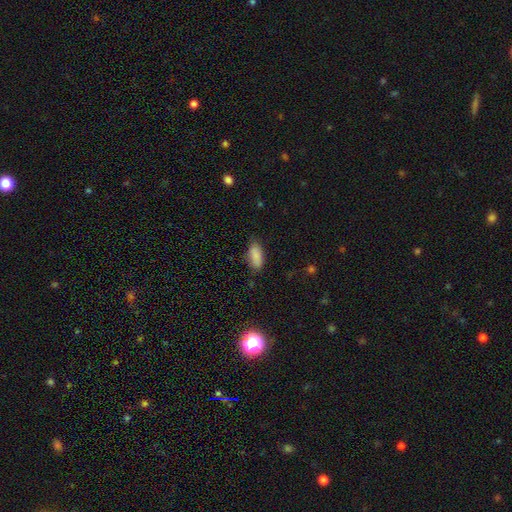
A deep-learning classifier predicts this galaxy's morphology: smooth 87%, star or artifact 7%, featured or disk 5%. Down the decision tree: how rounded — in between (85%); merging — none (77%).